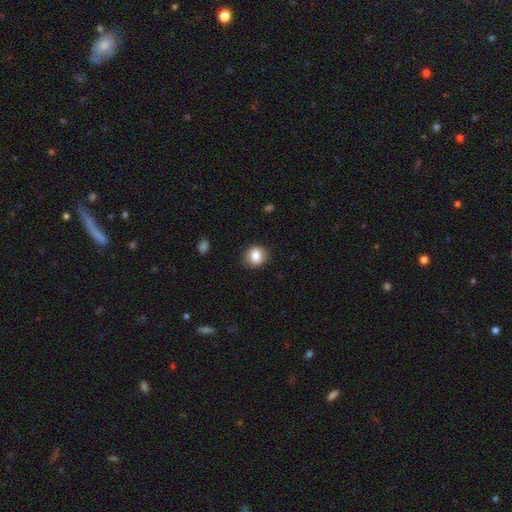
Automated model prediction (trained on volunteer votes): smooth-or-featured: smooth: 81% | featured or disk: 9% | star or artifact: 9%
  how-rounded: round: 77% | in between: 22% | cigar-shaped: 1%
  merging: none: 88% | minor disturbance: 9% | major disturbance: 2% | merger: 1%